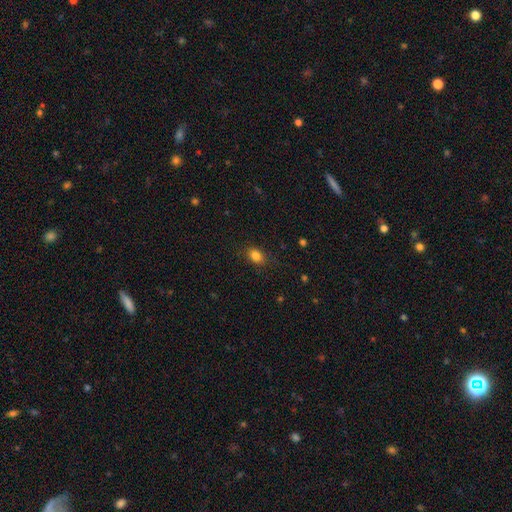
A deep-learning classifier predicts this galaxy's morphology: A smooth galaxy with no disk features (84%) that is in between round and cigar-shaped (77%). Merging: none (84%).